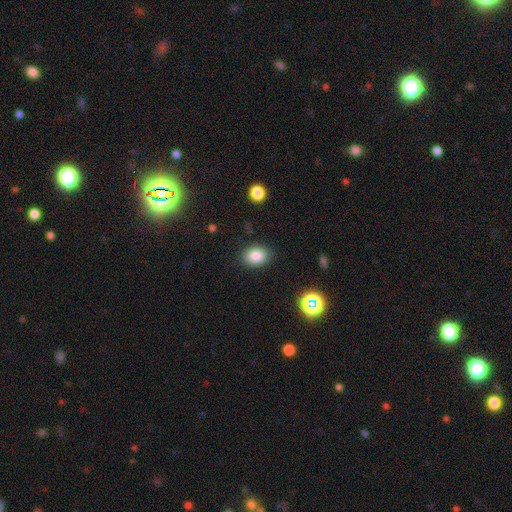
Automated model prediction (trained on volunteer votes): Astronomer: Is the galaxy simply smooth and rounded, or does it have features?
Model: smooth — 85%.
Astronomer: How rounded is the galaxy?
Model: in between — 69%.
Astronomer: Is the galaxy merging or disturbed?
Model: none — 86%.